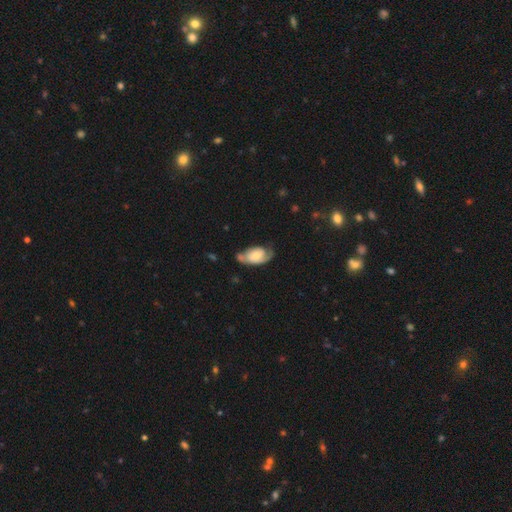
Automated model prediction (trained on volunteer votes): Morphology: type=featured or disk (57%); edge-on=no (94%); bar=no (70%); spiral arms=yes (82%); bulge=small (44%); merging=none (46%).